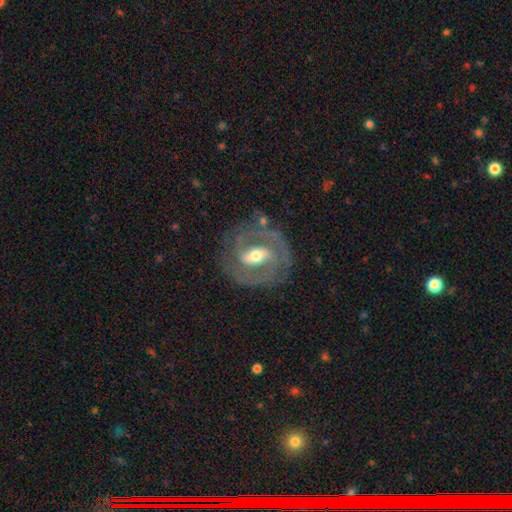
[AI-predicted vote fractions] Smooth or featured? Predicted: featured or disk (p=0.84). Edge-on disk? Predicted: no (p=0.95). Bar? Predicted: strong (p=0.48). Spiral arms? Predicted: yes (p=0.88). Spiral winding? Predicted: tight (p=0.46). Spiral arm count? Predicted: 2 (p=0.76). Bulge size? Predicted: moderate (p=0.64). Merging? Predicted: none (p=0.76).